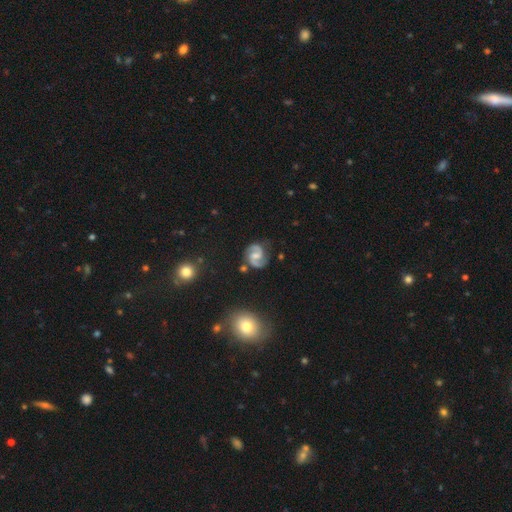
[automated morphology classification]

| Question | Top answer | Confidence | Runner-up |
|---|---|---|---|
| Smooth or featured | featured or disk | 89% | smooth (6%) |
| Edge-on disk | no | 98% | yes (2%) |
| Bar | weak | 48% | no (38%) |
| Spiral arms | yes | 98% | no (2%) |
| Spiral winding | medium | 61% | loose (21%) |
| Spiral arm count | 2 | 94% | can't tell (2%) |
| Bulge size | small | 41% | moderate (40%) |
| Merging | none | 80% | minor disturbance (13%) |